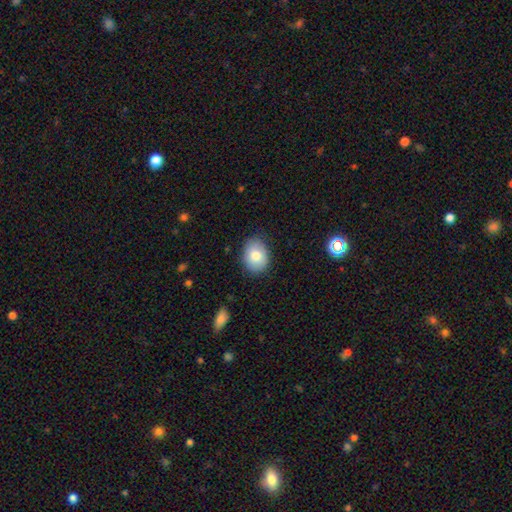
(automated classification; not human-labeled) A smooth galaxy with no disk features (80%) that is in between round and cigar-shaped (61%). Merging: none (83%).